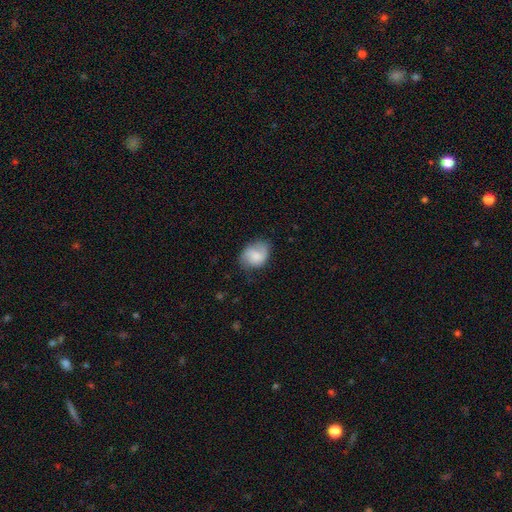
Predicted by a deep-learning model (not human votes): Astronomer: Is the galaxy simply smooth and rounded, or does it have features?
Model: smooth — 59%.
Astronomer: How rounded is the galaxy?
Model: in between — 60% (runner-up: round, 39%).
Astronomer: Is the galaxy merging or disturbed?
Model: none — 63%.